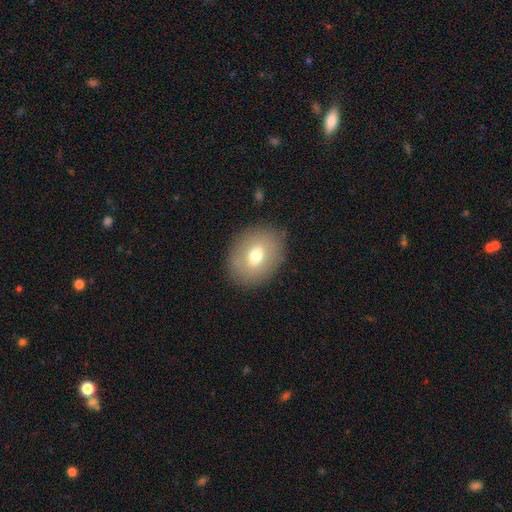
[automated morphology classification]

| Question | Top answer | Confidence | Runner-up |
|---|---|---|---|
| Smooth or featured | smooth | 67% | featured or disk (24%) |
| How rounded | in between | 53% | round (46%) |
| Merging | none | 84% | minor disturbance (10%) |